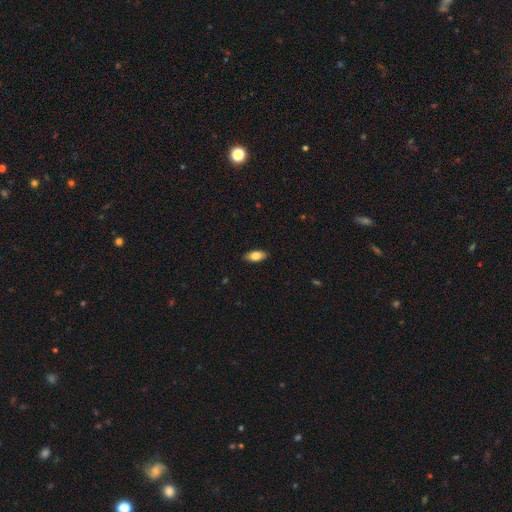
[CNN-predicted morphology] Smooth or featured: smooth — 81% (featured or disk — 12%)
How rounded: in between — 89% (cigar-shaped — 8%)
Merging: none — 88% (minor disturbance — 9%)